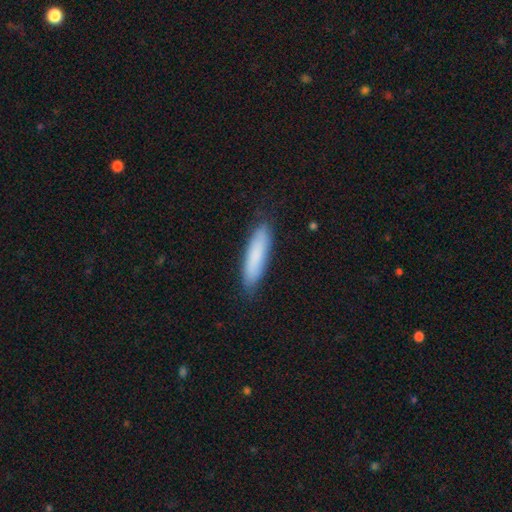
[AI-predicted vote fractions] Smooth or featured? smooth (81%)
How rounded? cigar-shaped (75%)
Merging? none (84%)